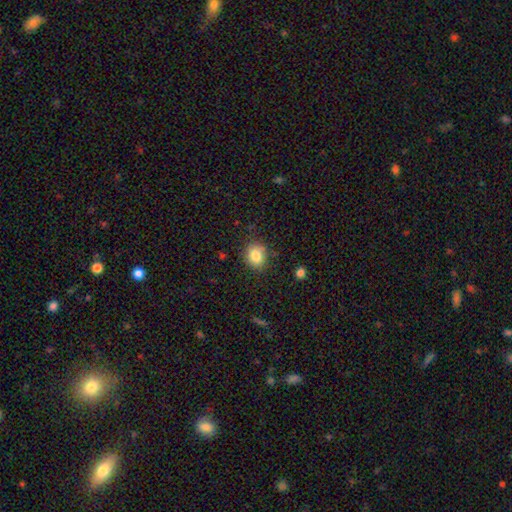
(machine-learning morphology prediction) Q: Smooth or featured?
A: smooth (83%); runner-up: star or artifact (10%)
Q: How rounded?
A: round (68%); runner-up: in between (31%)
Q: Merging?
A: none (82%); runner-up: minor disturbance (13%)